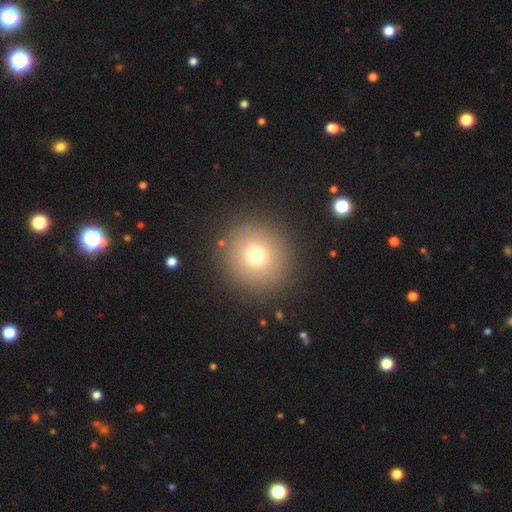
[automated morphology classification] This appears to be a smooth galaxy with no disk features (72%) that is round (95%). Merging: none (89%).